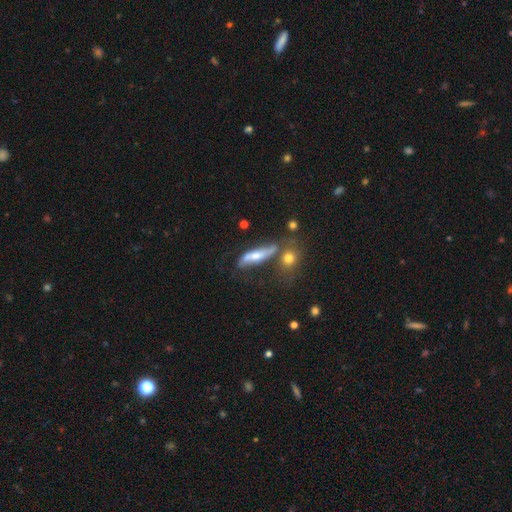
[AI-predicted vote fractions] smooth_or_featured: featured or disk (p=0.56) [alt: smooth p=0.34]
disk_edge_on: yes (p=0.61) [alt: no p=0.39]
merging: none (p=0.52) [alt: merger p=0.19]